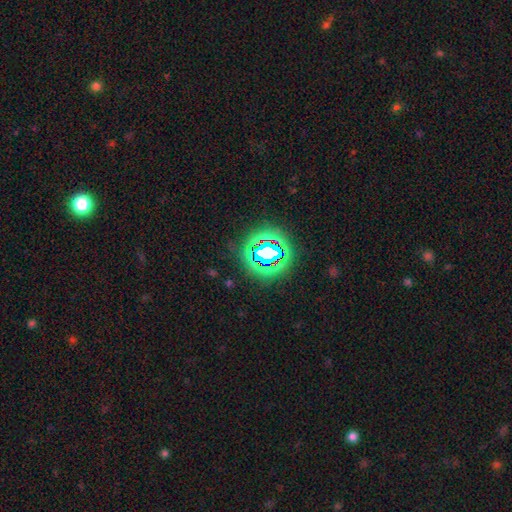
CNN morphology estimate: Q: Smooth or featured?
A: star or artifact (73%); runner-up: smooth (17%)